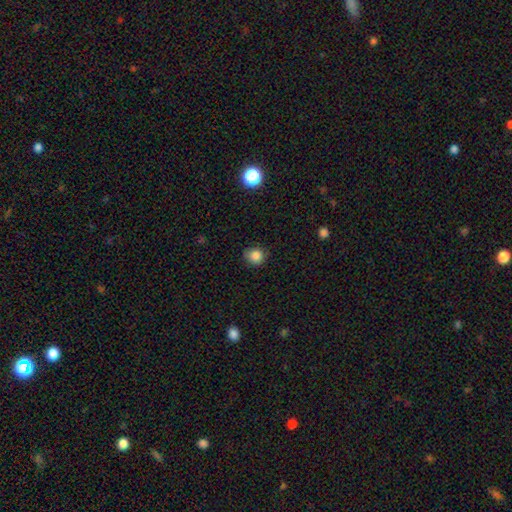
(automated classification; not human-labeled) This appears to be a smooth galaxy with no disk features (85%) that is round (83%). Merging: none (78%).